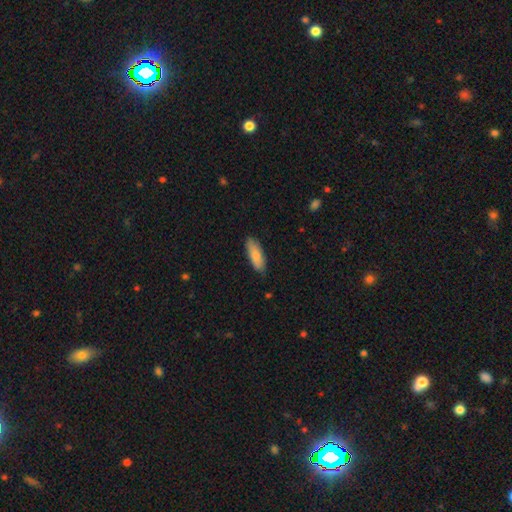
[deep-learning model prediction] Smooth or featured? smooth (83%)
How rounded? in between (65%)
Merging? none (83%)